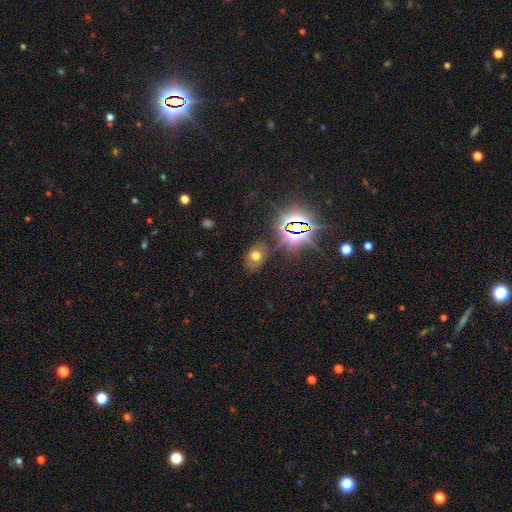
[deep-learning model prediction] A smooth galaxy with no disk features (52%) that is in between round and cigar-shaped (72%). Merging: none (69%).